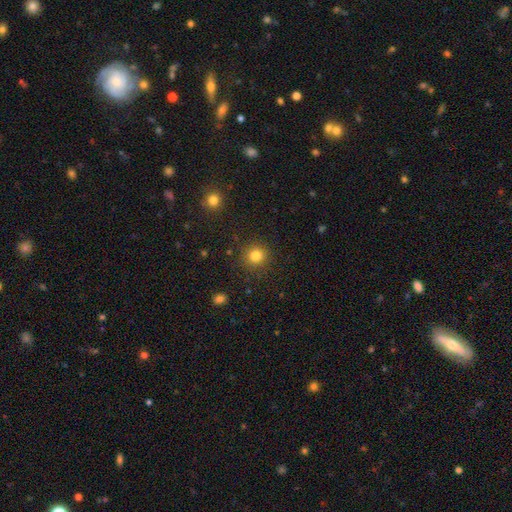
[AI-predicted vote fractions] The model was most divided on "smooth or featured": smooth: 82%, star or artifact: 13%, featured or disk: 5%. More confident: how rounded — round (92%); merging — none (89%).